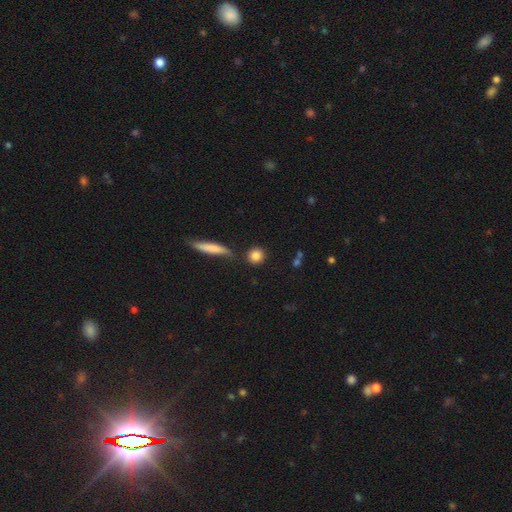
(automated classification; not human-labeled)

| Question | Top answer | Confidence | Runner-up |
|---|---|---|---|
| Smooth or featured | smooth | 84% | star or artifact (9%) |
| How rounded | round | 87% | in between (9%) |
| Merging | none | 82% | minor disturbance (9%) |